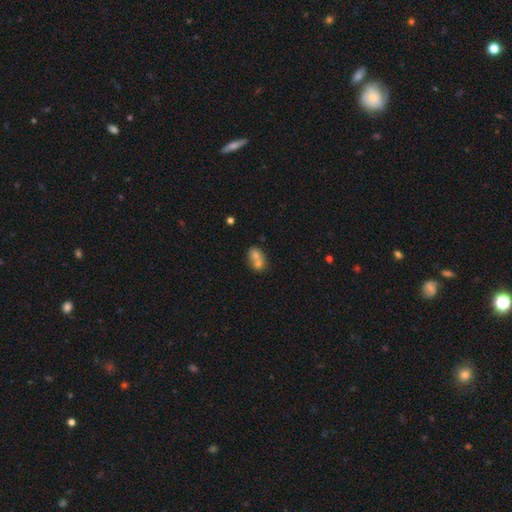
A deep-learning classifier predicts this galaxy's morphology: A smooth galaxy with no disk features (67%) that is in between round and cigar-shaped (64%).

Vote fractions:
- Smooth or featured? smooth: 67% / featured or disk: 22% / star or artifact: 11%
- How rounded? in between: 64% / round: 34% / cigar-shaped: 2%
- Merging? merger: 62% / none: 27% / minor disturbance: 8% / major disturbance: 4%